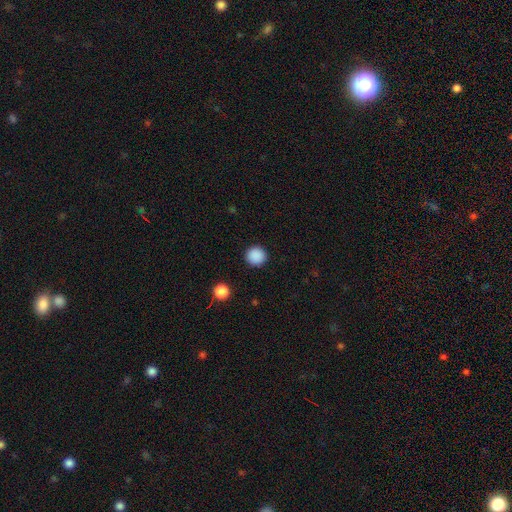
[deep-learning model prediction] This appears to be a smooth galaxy with no disk features (88%) that is round (94%). Merging: none (92%).